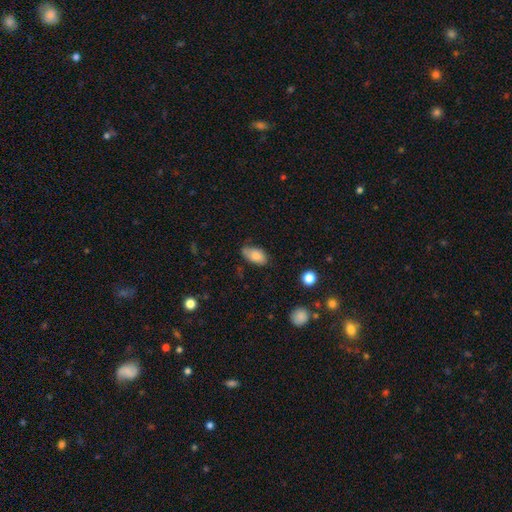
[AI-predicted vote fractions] Q: Smooth or featured?
A: smooth (82%); runner-up: featured or disk (11%)
Q: How rounded?
A: in between (93%); runner-up: round (4%)
Q: Merging?
A: none (63%); runner-up: minor disturbance (29%)